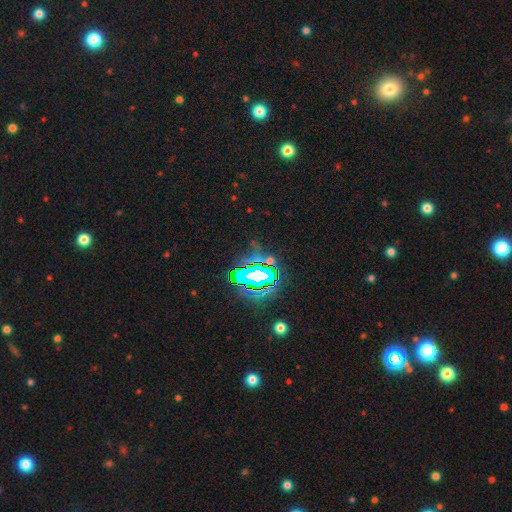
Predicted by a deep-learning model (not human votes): Smooth or featured?
  - star or artifact: 83% *
  - smooth: 10%
  - featured or disk: 7%